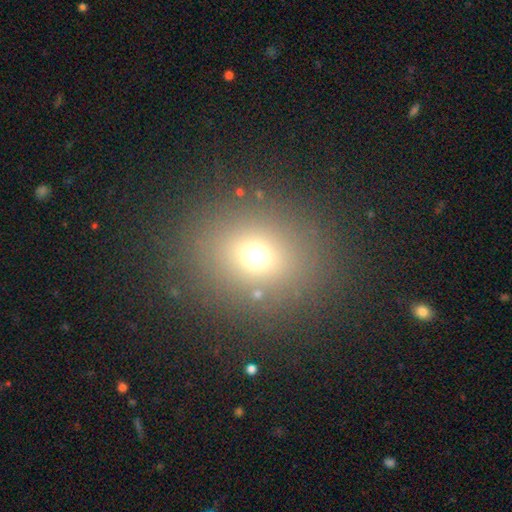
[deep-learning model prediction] This appears to be a smooth galaxy with no disk features (66%) that is round (69%). Merging: none (84%).